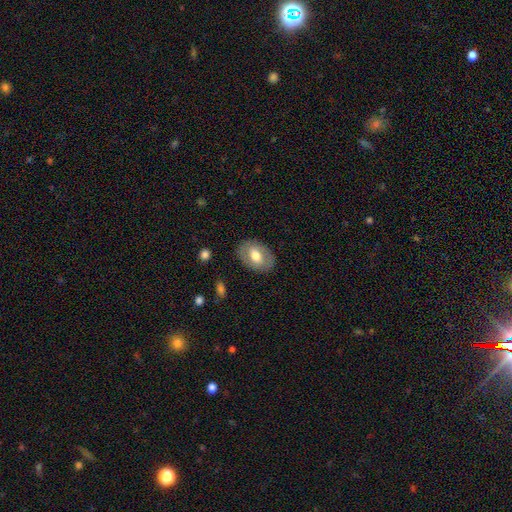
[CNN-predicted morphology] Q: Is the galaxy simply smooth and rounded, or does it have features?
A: smooth — 59%.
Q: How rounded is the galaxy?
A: in between — 77%.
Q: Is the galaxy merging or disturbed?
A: none — 84%.